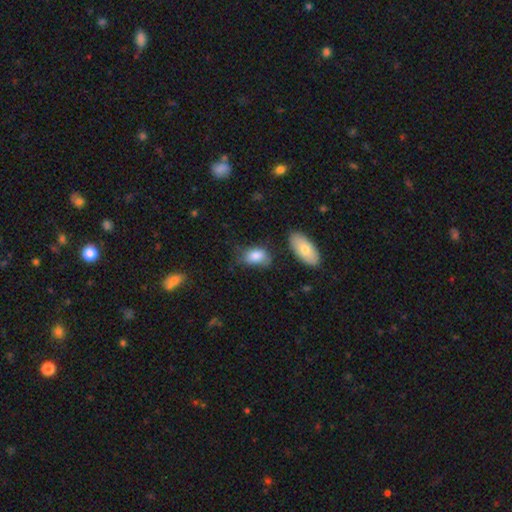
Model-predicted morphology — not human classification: This is clearly a smooth galaxy (82%). How rounded: clearly in between (90%). Merging: possibly none (53%).